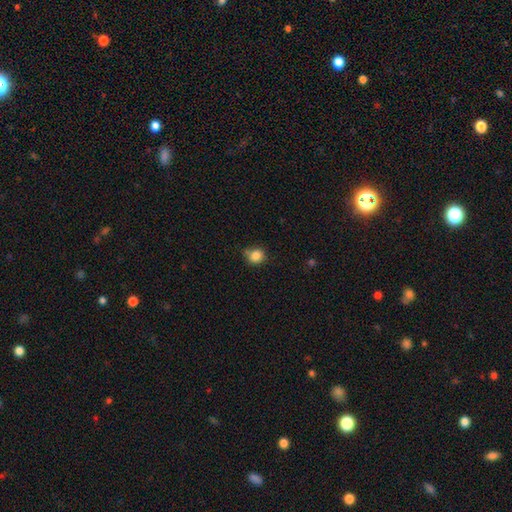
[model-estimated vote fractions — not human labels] A smooth galaxy with no disk features (84%) that is round (81%). Merging: none (64%).